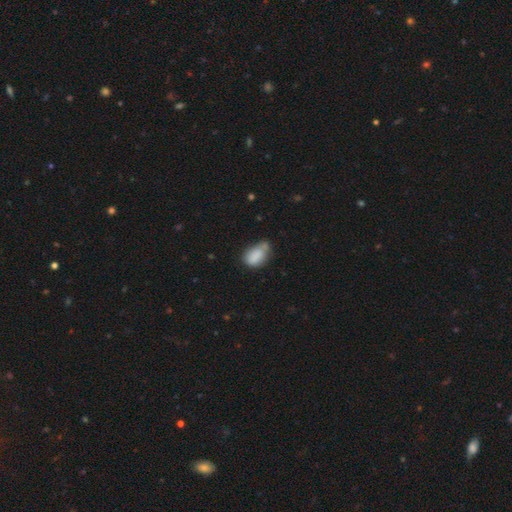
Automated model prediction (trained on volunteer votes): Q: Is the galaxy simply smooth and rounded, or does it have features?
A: smooth — 84%.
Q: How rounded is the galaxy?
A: in between — 87%.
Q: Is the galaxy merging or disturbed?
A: none — 40%.